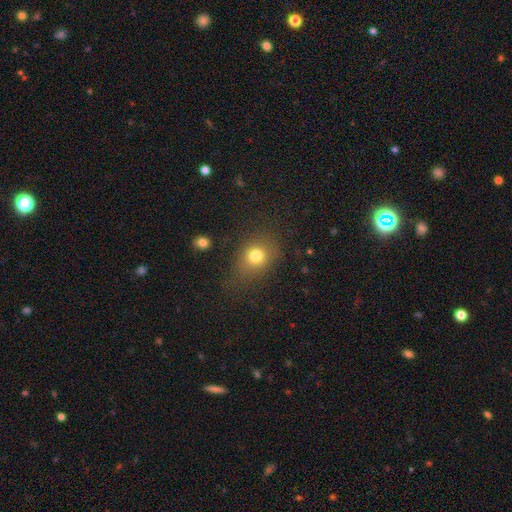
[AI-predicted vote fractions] The model was most divided on "how rounded": round: 56%, in between: 42%, cigar-shaped: 1%. More confident: smooth or featured — smooth (78%); merging — none (67%).